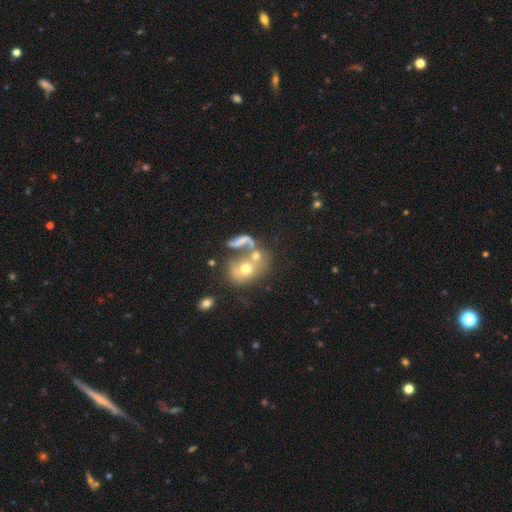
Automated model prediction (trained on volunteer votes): A smooth galaxy with no disk features (51%) that is in between round and cigar-shaped (50%).

Vote fractions:
- Smooth or featured? smooth: 51% / featured or disk: 35% / star or artifact: 14%
- How rounded? in between: 50% / round: 48% / cigar-shaped: 2%
- Merging? merger: 54% / none: 21% / major disturbance: 15% / minor disturbance: 9%